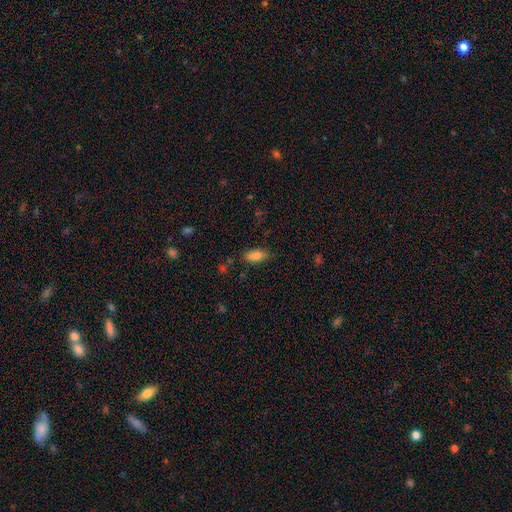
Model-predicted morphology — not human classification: Overall: smooth (83%). How rounded: in between (87%). Merging: none (79%).